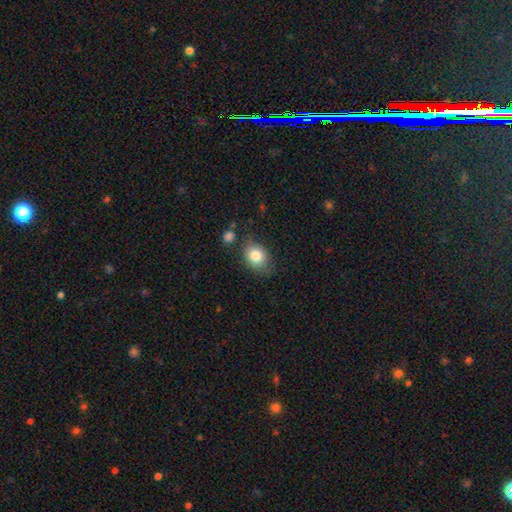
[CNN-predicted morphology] Smooth or featured?
  - smooth: 82% *
  - featured or disk: 10%
  - star or artifact: 9%
How rounded?
  - in between: 57% *
  - round: 42%
  - cigar-shaped: 1%
Merging?
  - none: 68% *
  - minor disturbance: 21%
  - major disturbance: 6%
  - merger: 5%